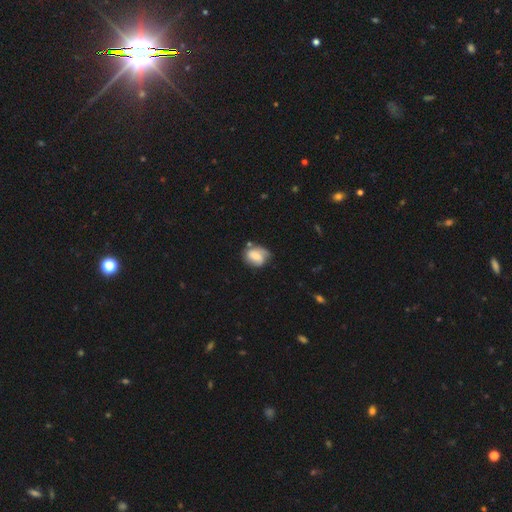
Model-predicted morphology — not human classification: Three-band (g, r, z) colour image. It shows a featured or disk galaxy (46%, tied with smooth). Merging: none (56%).